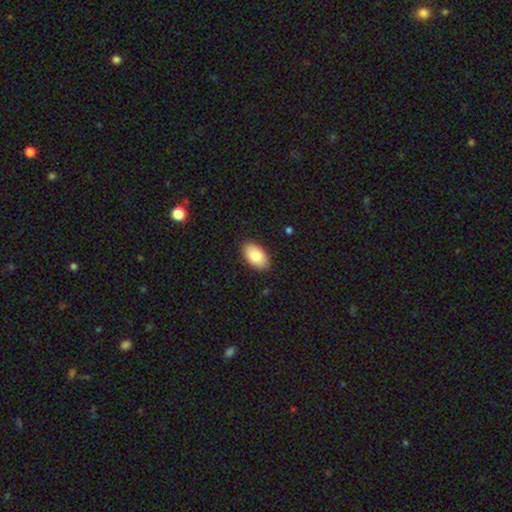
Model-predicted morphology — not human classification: type=smooth (82%); roundness=in between (95%); merging=none (88%).